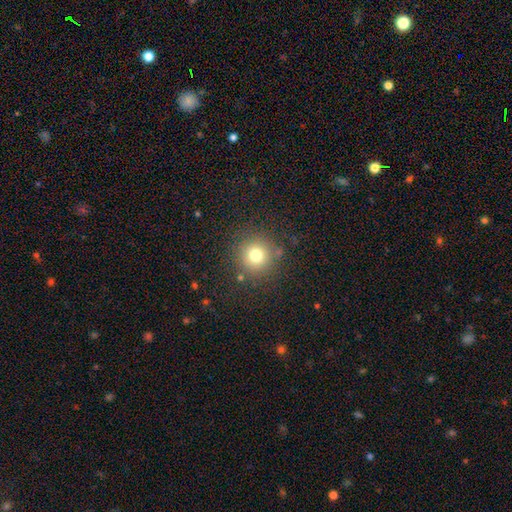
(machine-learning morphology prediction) smooth_or_featured: smooth (p=0.75) [alt: star or artifact p=0.16]
how_rounded: round (p=0.94) [alt: in between p=0.05]
merging: none (p=0.86) [alt: minor disturbance p=0.08]